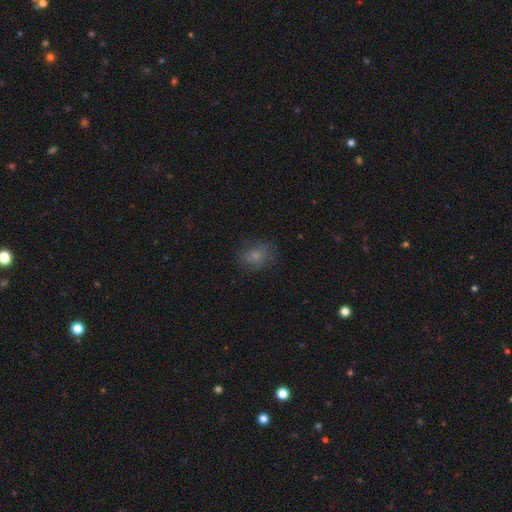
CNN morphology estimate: This appears to be a smooth galaxy with no disk features (75%) that is in between round and cigar-shaped (51%). Merging: none (70%).